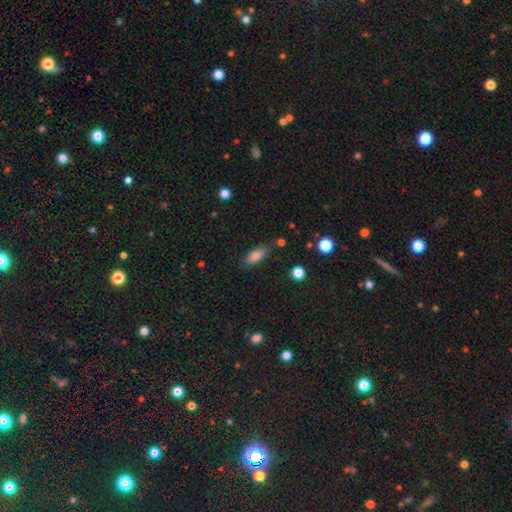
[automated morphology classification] Q: Smooth or featured?
A: smooth (81%); runner-up: featured or disk (10%)
Q: How rounded?
A: in between (75%); runner-up: cigar-shaped (22%)
Q: Merging?
A: none (74%); runner-up: minor disturbance (18%)